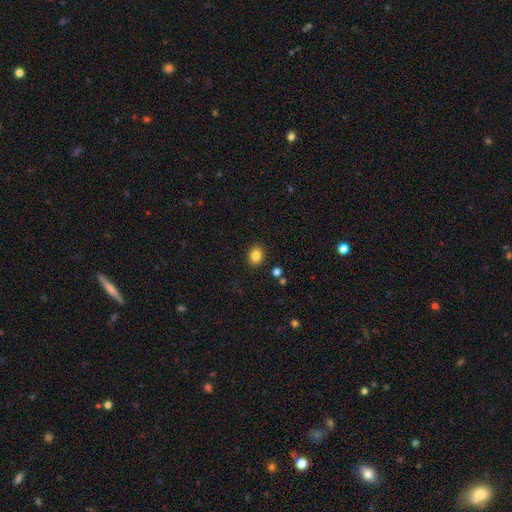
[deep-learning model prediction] Smooth or featured? smooth (84%)
How rounded? round (53%)
Merging? none (89%)